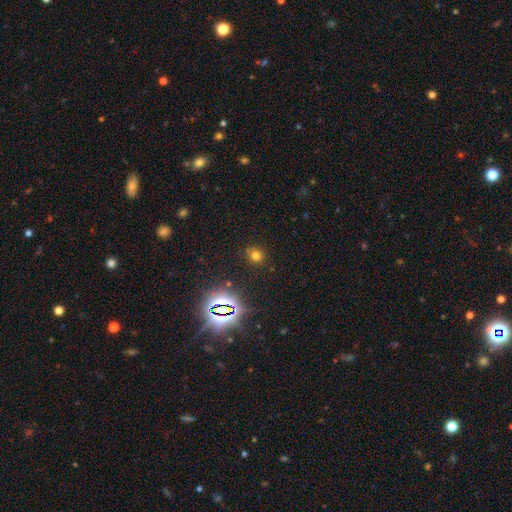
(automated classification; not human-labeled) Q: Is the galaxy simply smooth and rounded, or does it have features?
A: smooth — 66%.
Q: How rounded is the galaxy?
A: round — 84%.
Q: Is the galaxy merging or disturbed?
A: none — 84%.